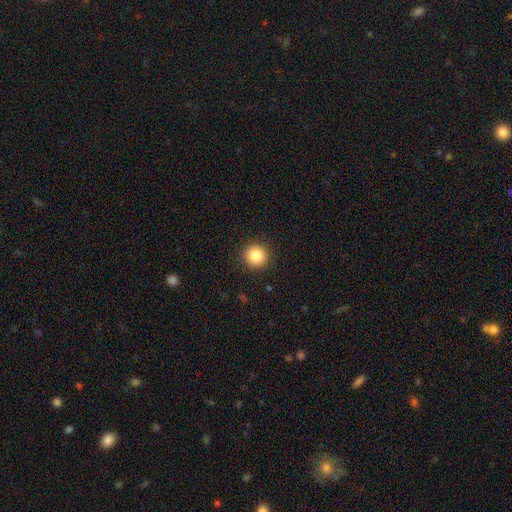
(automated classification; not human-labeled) This is clearly a smooth galaxy (86%). How rounded: clearly round (94%). Merging: clearly none (92%).